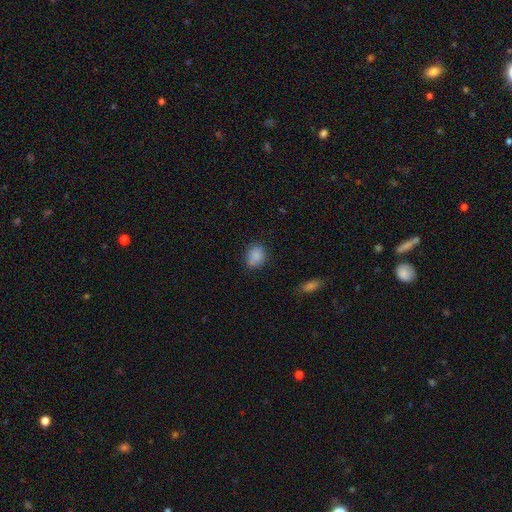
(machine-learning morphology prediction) Overall: smooth (85%). How rounded: round (53%; in between 46%). Merging: none (72%).